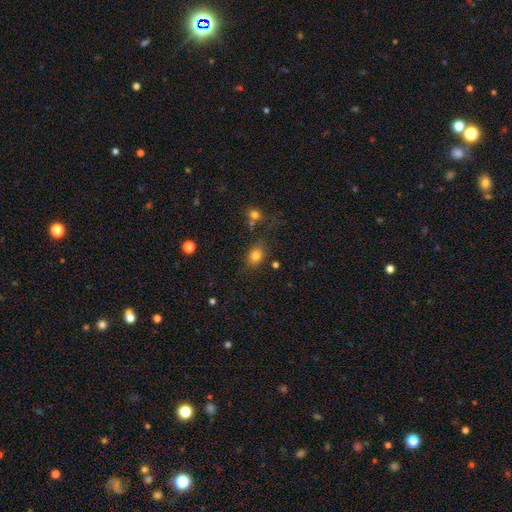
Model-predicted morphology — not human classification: smooth 80%, star or artifact 12%, featured or disk 8%. Down the decision tree: how rounded — in between (60%); merging — none (73%).